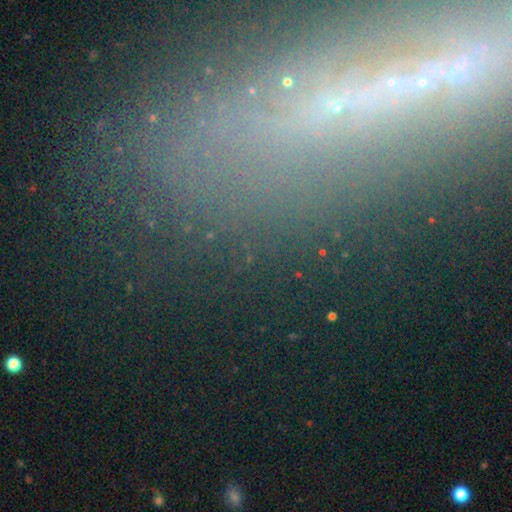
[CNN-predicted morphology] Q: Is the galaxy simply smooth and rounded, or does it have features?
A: star or artifact — 48%.